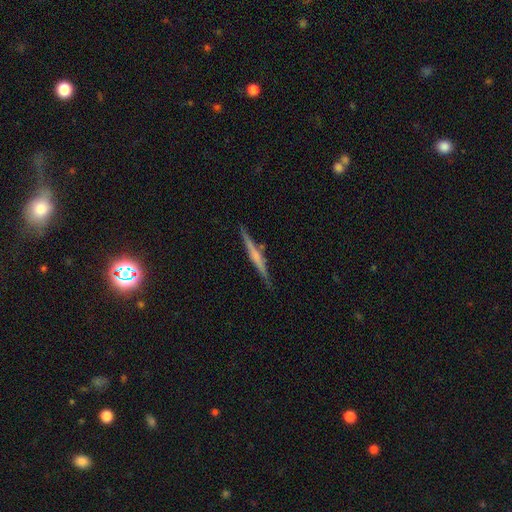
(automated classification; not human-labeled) A featured or disk galaxy (62%) viewed edge-on (98%) with no central bulge (45%). Merging: none (86%).